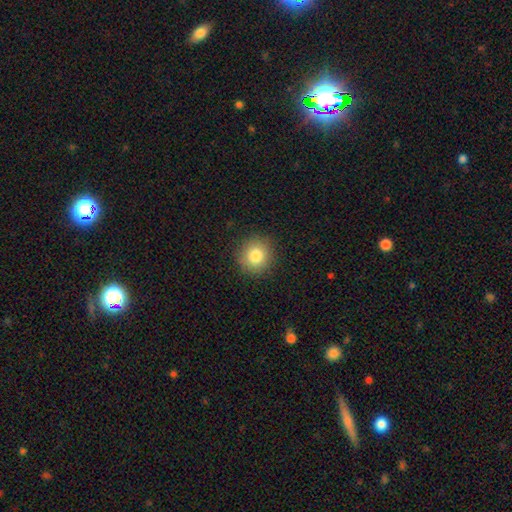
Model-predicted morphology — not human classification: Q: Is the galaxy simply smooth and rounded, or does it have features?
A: smooth — 82%.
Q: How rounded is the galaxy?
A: round — 91%.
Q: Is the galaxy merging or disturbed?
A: none — 89%.